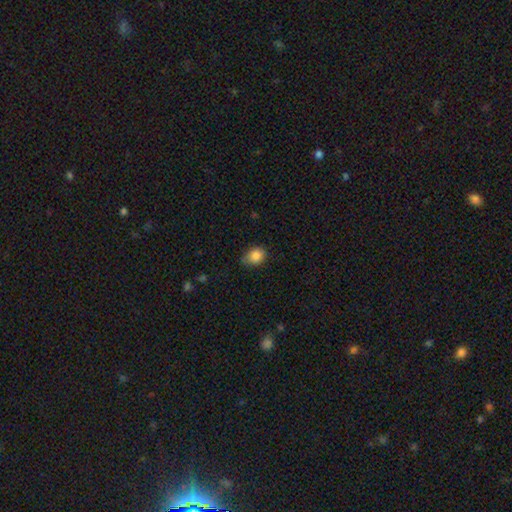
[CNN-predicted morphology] Smooth or featured? smooth (86%)
How rounded? round (51%)
Merging? none (66%)